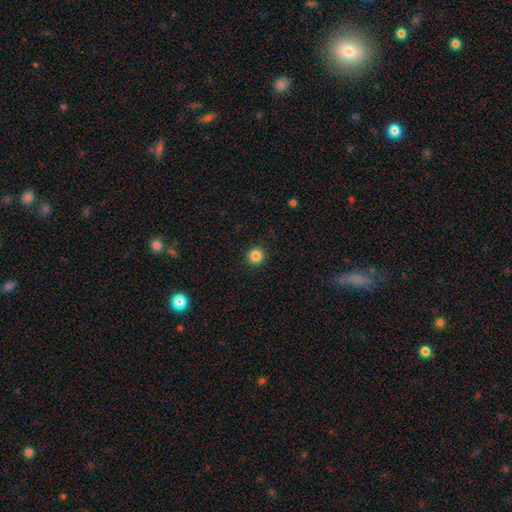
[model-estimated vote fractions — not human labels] smooth 85%, star or artifact 11%, featured or disk 4%. Down the decision tree: how rounded — round (95%); merging — none (93%).